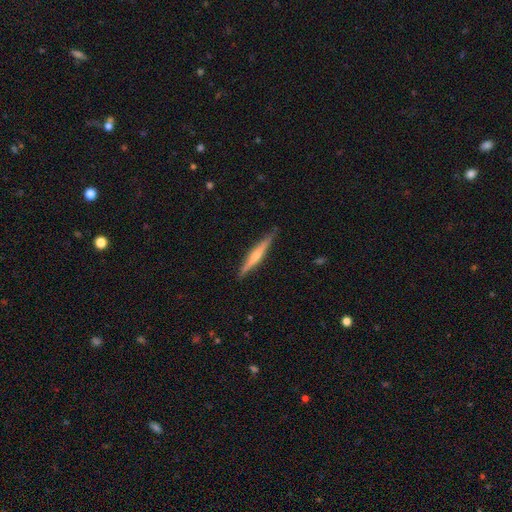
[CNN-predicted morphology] Smooth or featured: featured or disk — 57% (smooth — 38%)
Edge-on disk: yes — 97% (no — 3%)
Edge-on bulge: rounded — 66% (none — 25%)
Merging: none — 88% (minor disturbance — 9%)